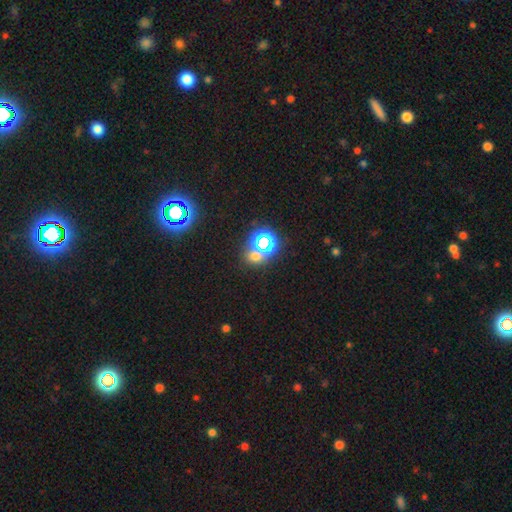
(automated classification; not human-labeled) Smooth or featured? Predicted: star or artifact (p=0.51).